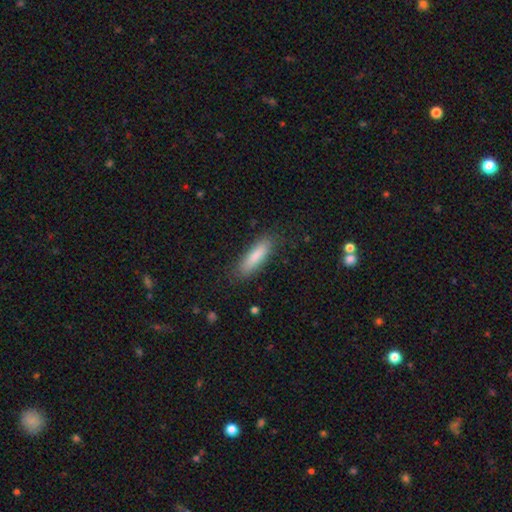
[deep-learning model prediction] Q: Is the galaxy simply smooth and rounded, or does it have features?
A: smooth — 83%.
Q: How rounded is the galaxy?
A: cigar-shaped — 69%.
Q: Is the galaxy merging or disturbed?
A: none — 85%.